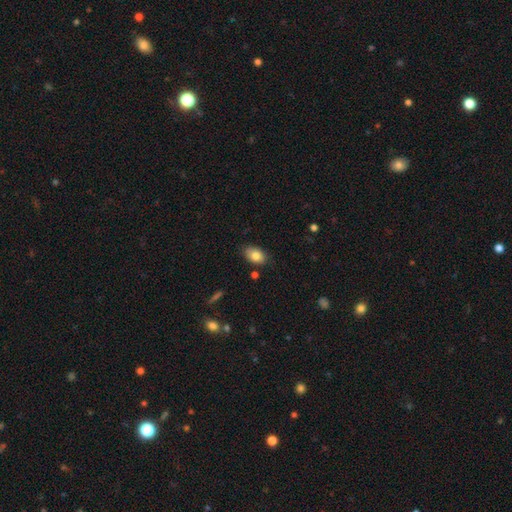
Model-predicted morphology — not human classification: Smooth or featured? smooth (81%)
How rounded? in between (89%)
Merging? none (81%)